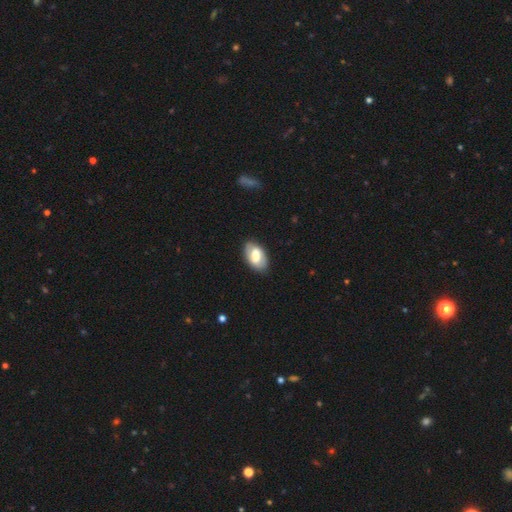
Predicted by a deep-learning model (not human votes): Smooth or featured: smooth — 61% (featured or disk — 32%)
How rounded: in between — 93% (round — 5%)
Merging: none — 82% (minor disturbance — 14%)